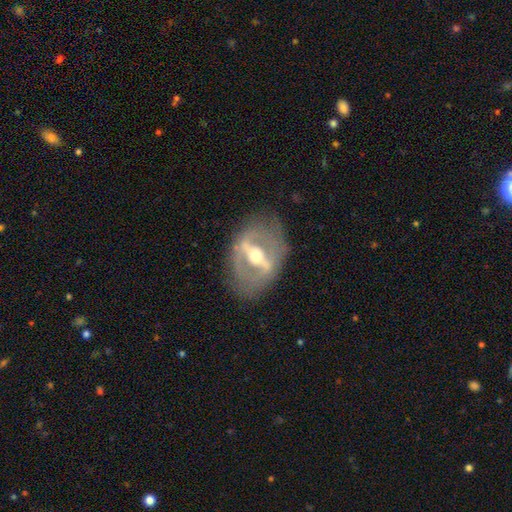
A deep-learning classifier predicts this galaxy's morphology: A featured or disk galaxy (82%) with a strong bar (77%), no spiral arms (64%) and a moderate central bulge (71%).

Vote fractions:
- Smooth or featured? featured or disk: 82% / smooth: 12% / star or artifact: 6%
- Edge-on disk? no: 83% / yes: 17%
- Bar? strong: 77% / weak: 16% / no: 7%
- Spiral arms? no: 64% / yes: 36%
- Bulge size? moderate: 71% / small: 16% / large: 11% / dominant: 1% / none: 1%
- Merging? none: 75% / minor disturbance: 15% / major disturbance: 9% / merger: 2%